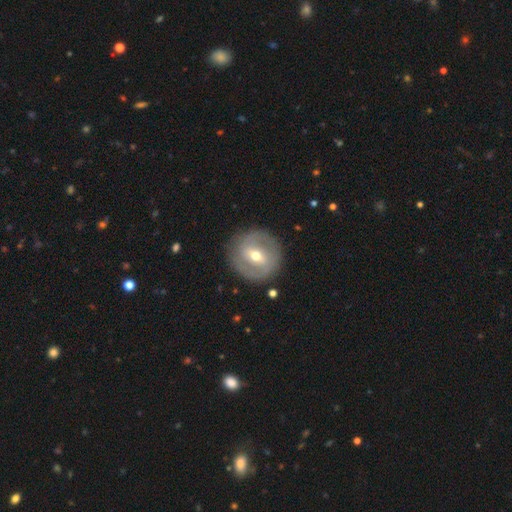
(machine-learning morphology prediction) Smooth or featured? Predicted: featured or disk (p=0.63). Edge-on disk? Predicted: no (p=0.95). Bar? Predicted: weak (p=0.48). Spiral arms? Predicted: yes (p=0.57). Bulge size? Predicted: moderate (p=0.66). Merging? Predicted: none (p=0.86).